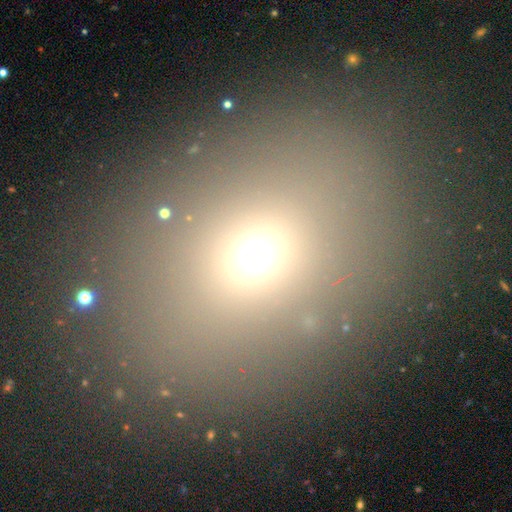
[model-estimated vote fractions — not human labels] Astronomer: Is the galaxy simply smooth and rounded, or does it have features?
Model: smooth — 67%.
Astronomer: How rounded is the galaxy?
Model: in between — 51% (runner-up: round, 46%).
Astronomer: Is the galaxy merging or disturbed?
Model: none — 79%.